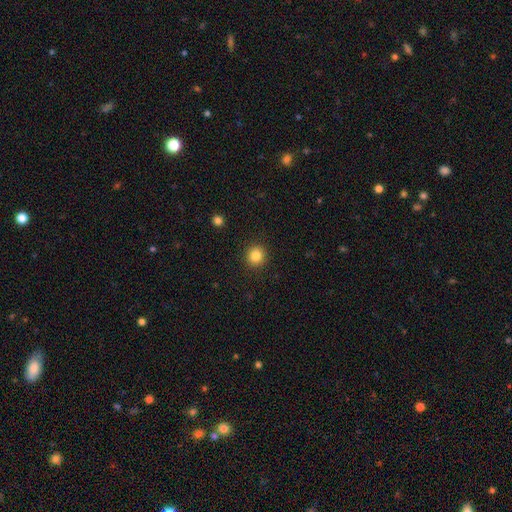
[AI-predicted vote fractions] Smooth or featured: smooth — 84% (star or artifact — 11%)
How rounded: round — 90% (in between — 9%)
Merging: none — 92% (minor disturbance — 5%)